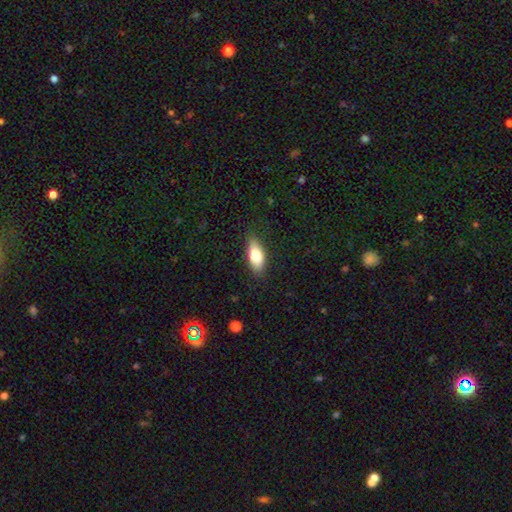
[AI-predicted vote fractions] Smooth or featured? Predicted: smooth (p=0.80). How rounded? Predicted: in between (p=0.81). Merging? Predicted: none (p=0.82).